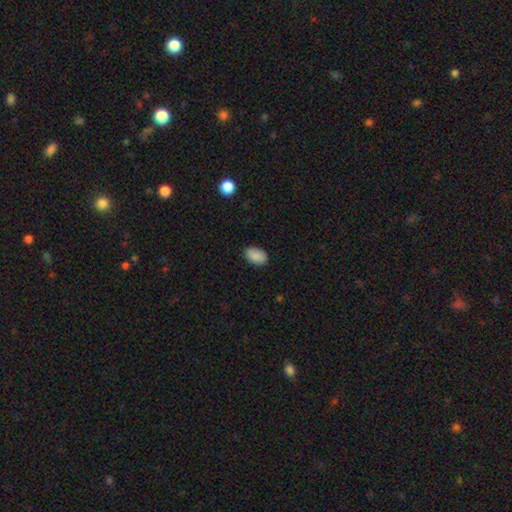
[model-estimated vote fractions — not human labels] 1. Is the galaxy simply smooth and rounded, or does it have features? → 89% smooth, 7% star or artifact, 4% featured or disk.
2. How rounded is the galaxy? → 91% in between, 8% round, 1% cigar-shaped.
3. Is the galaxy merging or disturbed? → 87% none, 9% minor disturbance, 2% major disturbance, 1% merger.